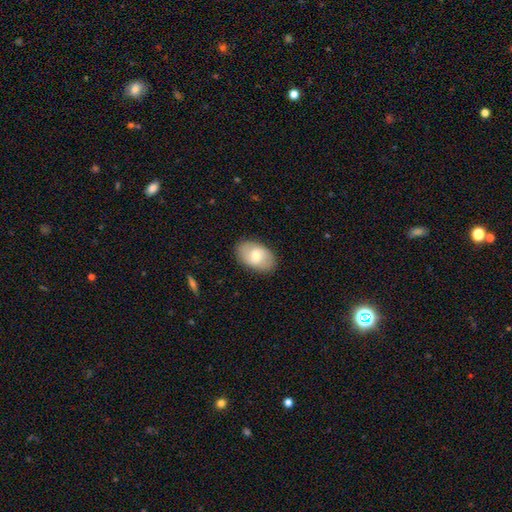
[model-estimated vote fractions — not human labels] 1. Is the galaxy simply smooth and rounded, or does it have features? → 61% smooth, 33% featured or disk, 6% star or artifact.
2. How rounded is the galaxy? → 90% in between, 9% round, 1% cigar-shaped.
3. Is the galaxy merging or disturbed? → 86% none, 10% minor disturbance, 3% major disturbance, 1% merger.